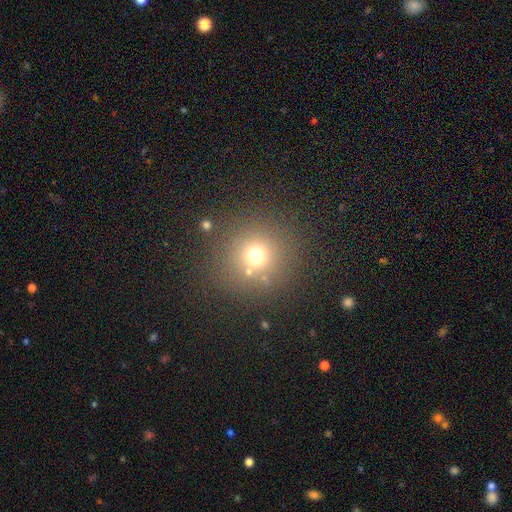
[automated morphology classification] smooth 68%, star or artifact 22%, featured or disk 11%. Down the decision tree: how rounded — round (92%); merging — none (81%).